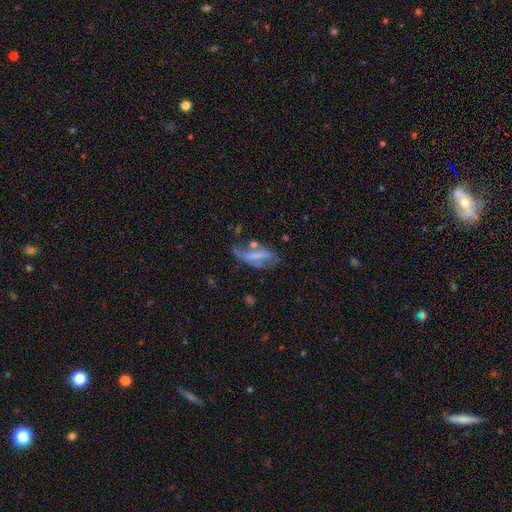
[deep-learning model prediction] A featured or disk galaxy (47%). Merging: none (33%).